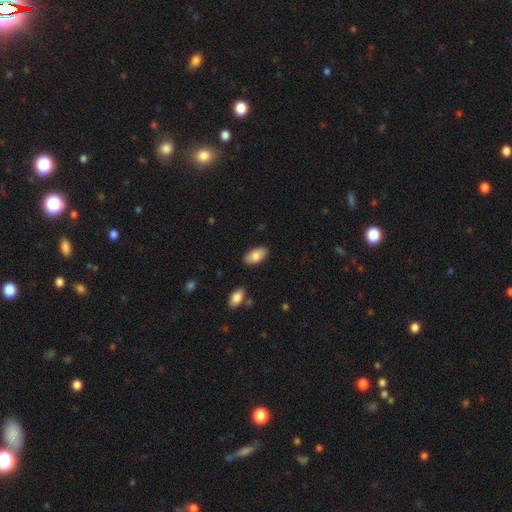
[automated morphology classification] Overall: smooth (82%). How rounded: in between (95%). Merging: none (85%).